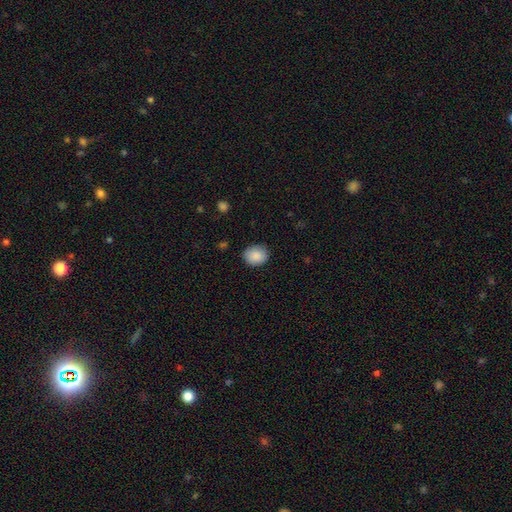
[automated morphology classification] Smooth or featured? Predicted: smooth (p=0.89). How rounded? Predicted: round (p=0.56). Merging? Predicted: none (p=0.85).